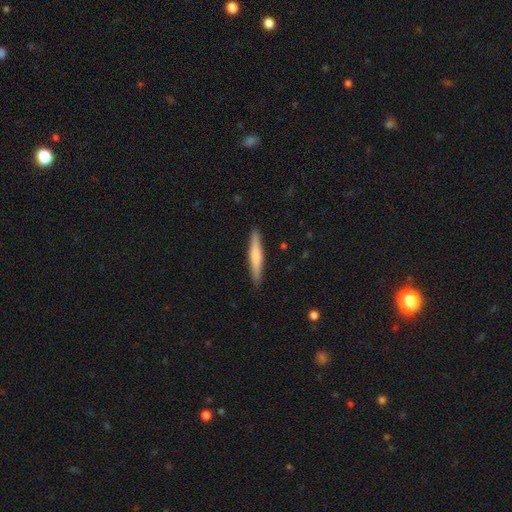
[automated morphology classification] A smooth galaxy with no disk features (61%) that is cigar-shaped (92%). Merging: none (91%).